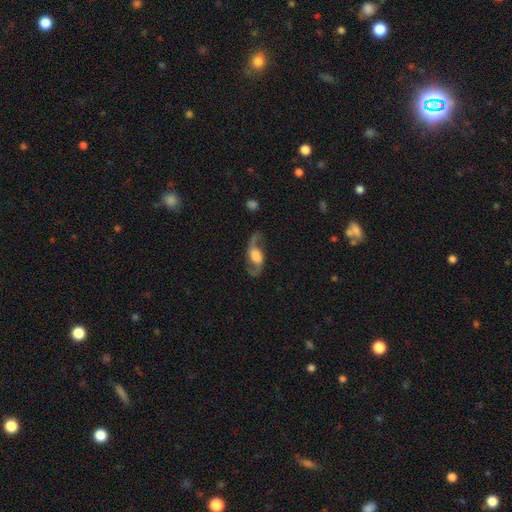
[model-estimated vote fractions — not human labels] featured or disk 83%, smooth 11%, star or artifact 6%. Down the decision tree: edge-on disk — no (94%); bar — no (54%); spiral arms — yes (95%); spiral arm count — 2 (93%); spiral winding — loose (69%); bulge size — large (53%); merging — none (73%).